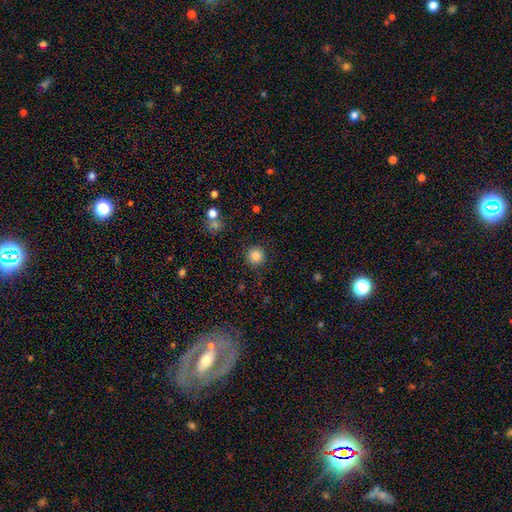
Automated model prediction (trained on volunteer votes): smooth-or-featured: smooth: 84% | star or artifact: 11% | featured or disk: 5%
  how-rounded: round: 94% | in between: 5% | cigar-shaped: 1%
  merging: none: 89% | minor disturbance: 7% | major disturbance: 2% | merger: 2%